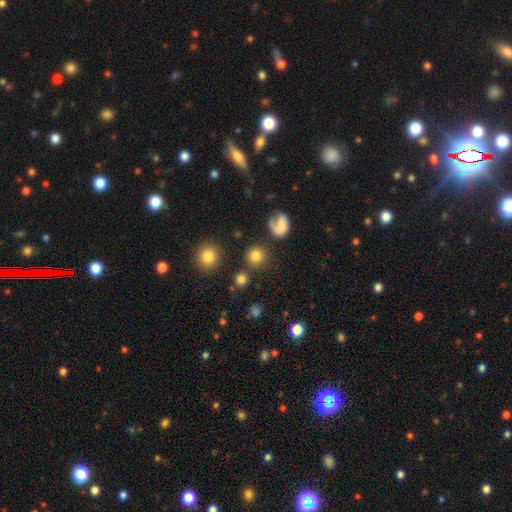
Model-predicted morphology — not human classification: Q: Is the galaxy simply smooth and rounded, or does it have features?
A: smooth — 79%.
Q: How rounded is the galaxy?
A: round — 92%.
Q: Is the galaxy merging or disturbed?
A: none — 81%.